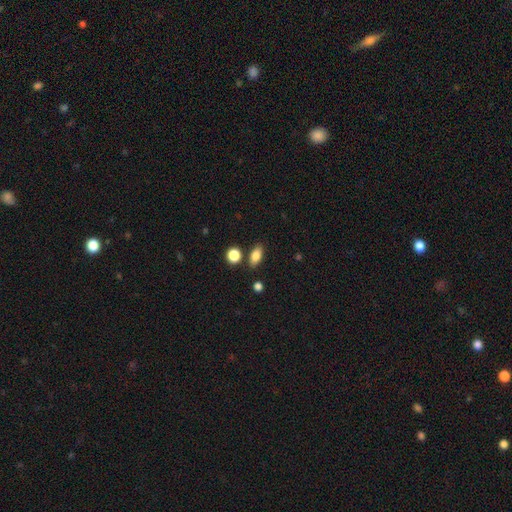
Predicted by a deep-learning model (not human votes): Smooth or featured?
  - smooth: 83% *
  - star or artifact: 9%
  - featured or disk: 8%
How rounded?
  - in between: 83% *
  - round: 9%
  - cigar-shaped: 8%
Merging?
  - none: 82% *
  - minor disturbance: 10%
  - merger: 5%
  - major disturbance: 3%